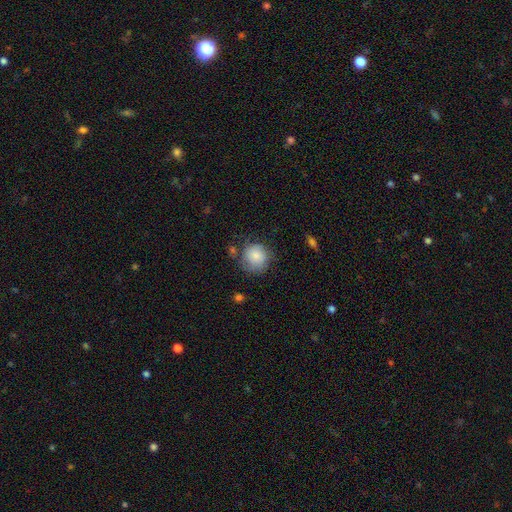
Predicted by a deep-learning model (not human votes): Smooth or featured? Predicted: smooth (p=0.81). How rounded? Predicted: round (p=0.89). Merging? Predicted: none (p=0.64).